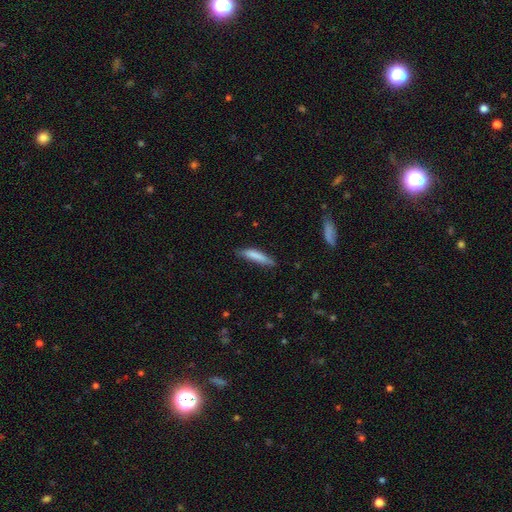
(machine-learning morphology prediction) Q: Smooth or featured?
A: smooth (81%); runner-up: featured or disk (13%)
Q: How rounded?
A: cigar-shaped (82%); runner-up: in between (17%)
Q: Merging?
A: none (69%); runner-up: minor disturbance (24%)